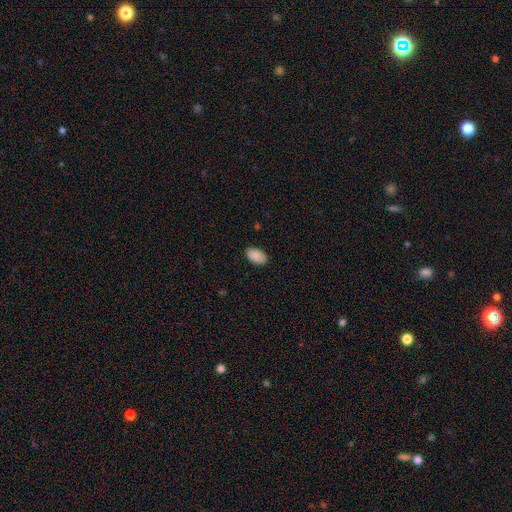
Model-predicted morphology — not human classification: Smooth or featured? Predicted: smooth (p=0.90). How rounded? Predicted: in between (p=0.94). Merging? Predicted: none (p=0.88).